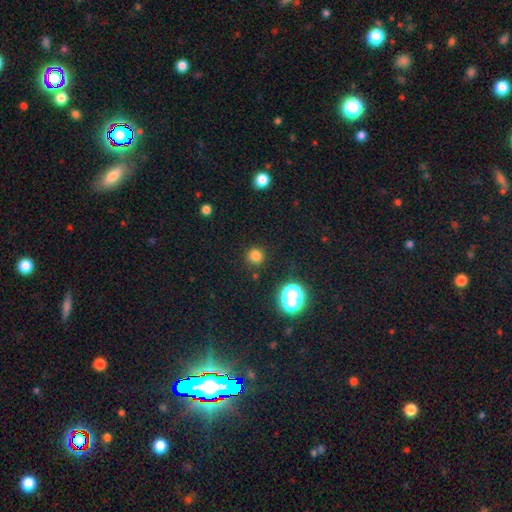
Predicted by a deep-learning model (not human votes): This appears to be a smooth galaxy with no disk features (79%) that is round (92%). Merging: none (88%).